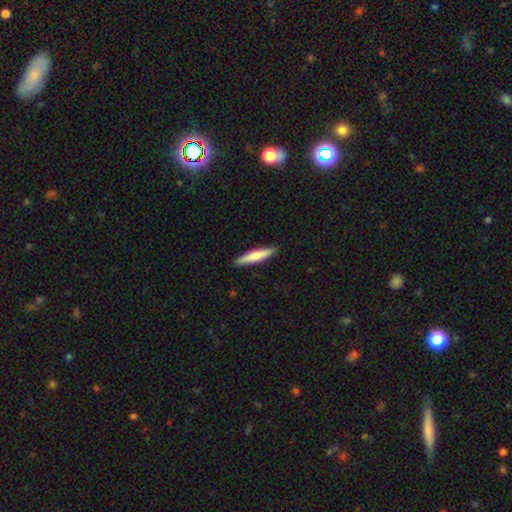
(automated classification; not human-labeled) Smooth or featured?
  - smooth: 74% *
  - featured or disk: 21%
  - star or artifact: 5%
How rounded?
  - cigar-shaped: 88% *
  - in between: 11%
  - round: 1%
Merging?
  - none: 91% *
  - minor disturbance: 7%
  - major disturbance: 1%
  - merger: 1%